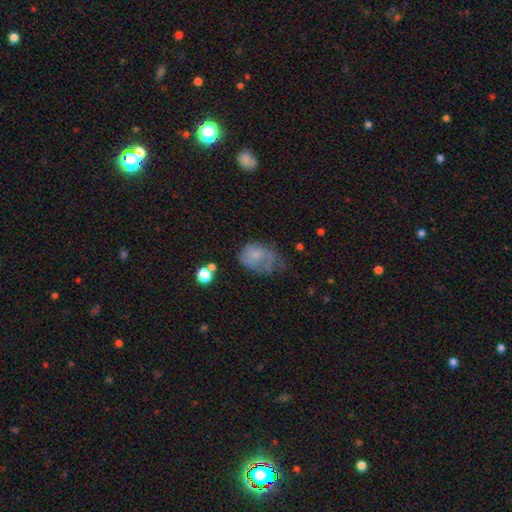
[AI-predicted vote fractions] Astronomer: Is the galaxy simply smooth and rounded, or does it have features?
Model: smooth — 58%.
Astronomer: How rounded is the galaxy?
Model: in between — 74%.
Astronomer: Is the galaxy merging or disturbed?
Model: major disturbance — 39% (runner-up: minor disturbance, 31%).